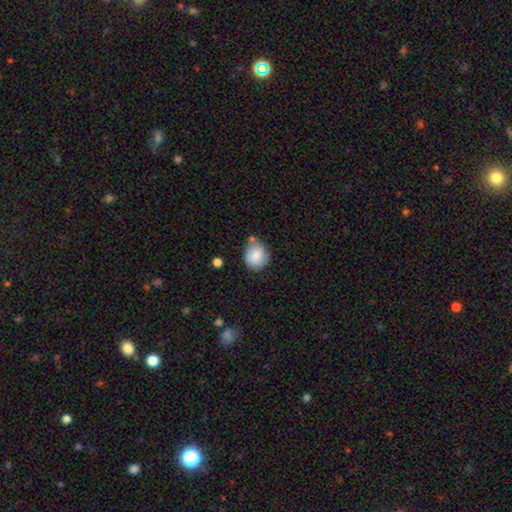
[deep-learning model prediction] This is clearly a smooth galaxy (82%). How rounded: likely round (72%). Merging: likely none (63%).